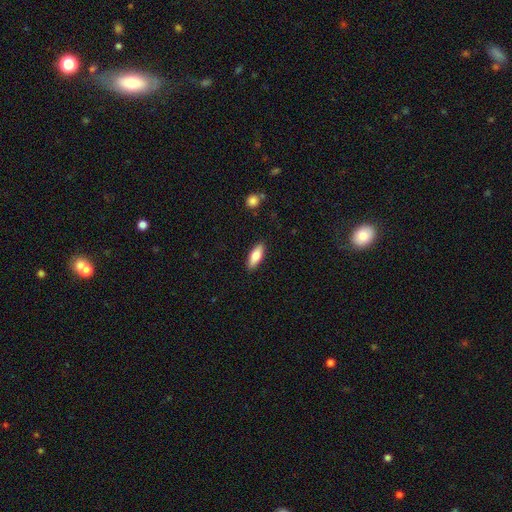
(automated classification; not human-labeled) Smooth or featured?
  - smooth: 75% *
  - featured or disk: 19%
  - star or artifact: 6%
How rounded?
  - in between: 69% *
  - cigar-shaped: 28%
  - round: 2%
Merging?
  - none: 89% *
  - minor disturbance: 8%
  - major disturbance: 2%
  - merger: 1%